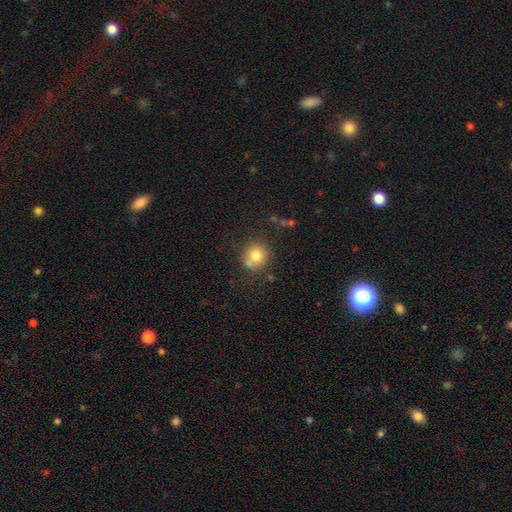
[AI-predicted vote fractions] Smooth or featured? smooth (78%)
How rounded? round (87%)
Merging? none (68%)